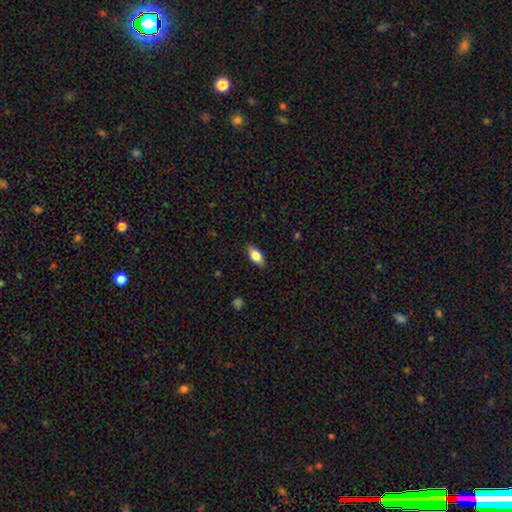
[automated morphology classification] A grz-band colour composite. It shows a smooth galaxy with no disk features (76%) that is in between round and cigar-shaped (86%). Merging: none (86%).